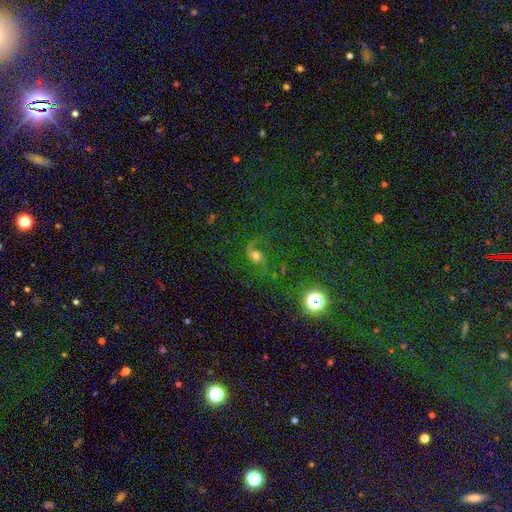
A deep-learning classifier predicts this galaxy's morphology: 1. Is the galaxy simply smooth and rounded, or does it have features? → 57% featured or disk, 24% smooth, 19% star or artifact.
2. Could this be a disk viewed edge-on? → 95% no, 5% yes.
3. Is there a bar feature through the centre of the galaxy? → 64% no, 26% weak, 10% strong.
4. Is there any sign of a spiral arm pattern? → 88% yes, 12% no.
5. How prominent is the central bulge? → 58% moderate, 19% large, 17% small, 4% dominant, 2% none.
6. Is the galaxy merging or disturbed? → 60% none, 21% major disturbance, 16% minor disturbance, 3% merger.